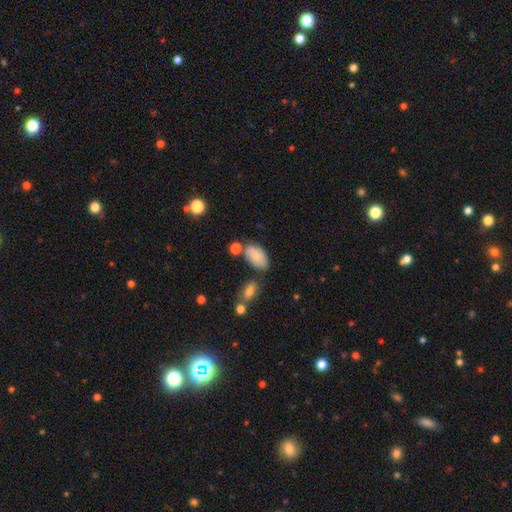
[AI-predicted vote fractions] smooth 75%, featured or disk 17%, star or artifact 8%. Down the decision tree: how rounded — in between (92%); merging — none (55%).